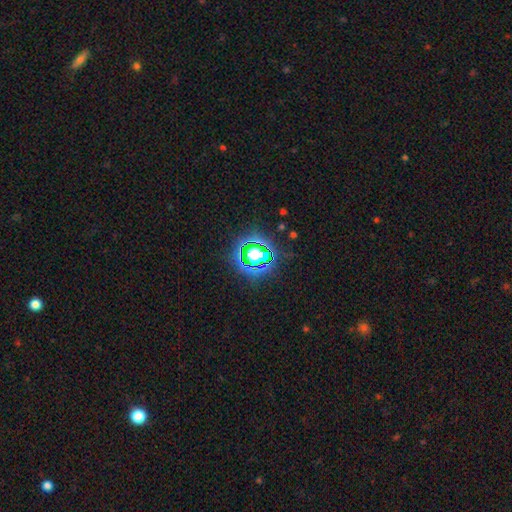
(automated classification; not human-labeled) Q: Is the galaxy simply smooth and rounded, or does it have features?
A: star or artifact — 65%.